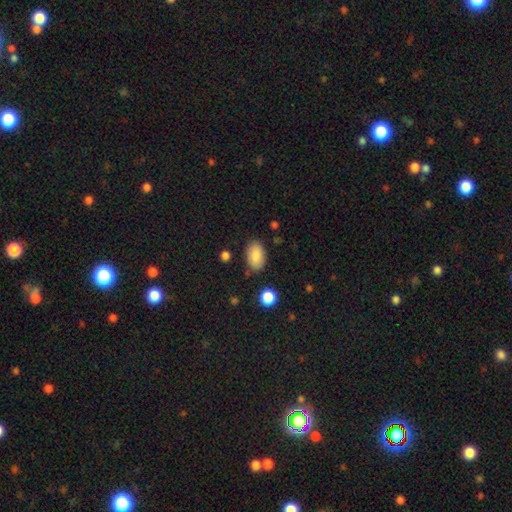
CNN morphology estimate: Smooth or featured? smooth (87%)
How rounded? in between (92%)
Merging? none (83%)